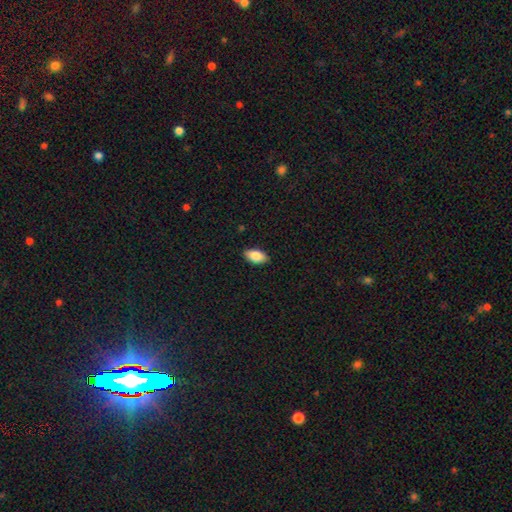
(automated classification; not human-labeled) Smooth or featured?
  - smooth: 86% *
  - featured or disk: 7%
  - star or artifact: 7%
How rounded?
  - in between: 93% *
  - round: 4%
  - cigar-shaped: 3%
Merging?
  - none: 89% *
  - minor disturbance: 9%
  - major disturbance: 2%
  - merger: 1%